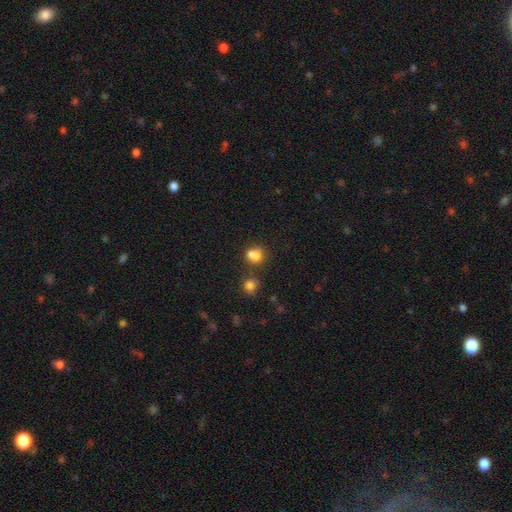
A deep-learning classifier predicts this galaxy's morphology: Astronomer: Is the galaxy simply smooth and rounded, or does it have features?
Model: smooth — 74%.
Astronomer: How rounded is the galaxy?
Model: round — 68%.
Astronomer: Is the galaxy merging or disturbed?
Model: merger — 44% (runner-up: none, 40%).